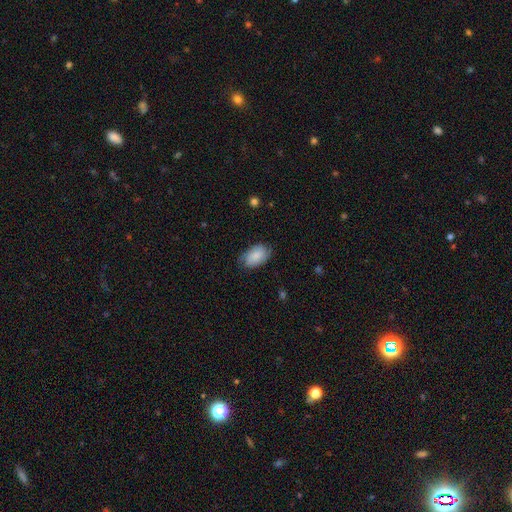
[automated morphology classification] A smooth galaxy with no disk features (75%) that is in between round and cigar-shaped (92%). Merging: none (70%).